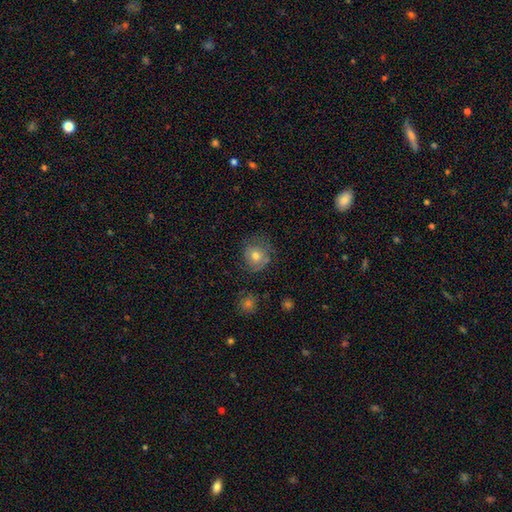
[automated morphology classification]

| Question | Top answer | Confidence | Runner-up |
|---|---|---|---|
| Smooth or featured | smooth | 74% | featured or disk (16%) |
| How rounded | round | 84% | in between (15%) |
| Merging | none | 66% | minor disturbance (22%) |